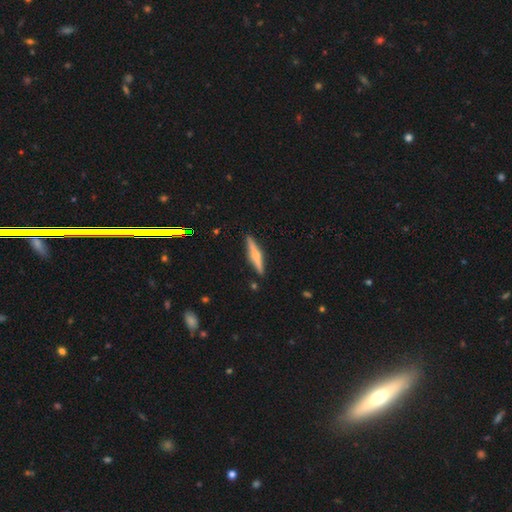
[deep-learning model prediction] Smooth or featured? Predicted: featured or disk (p=0.60). Edge-on disk? Predicted: yes (p=0.97). Edge-on bulge? Predicted: rounded (p=0.82). Merging? Predicted: none (p=0.90).